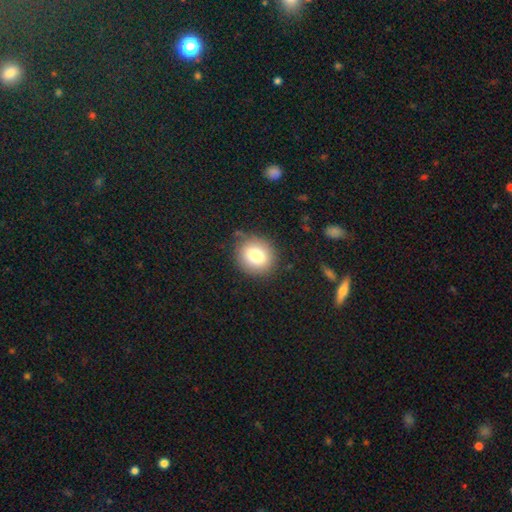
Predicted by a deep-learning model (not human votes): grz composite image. It shows a smooth galaxy with no disk features (80%) that is round (74%). Merging: none (83%).